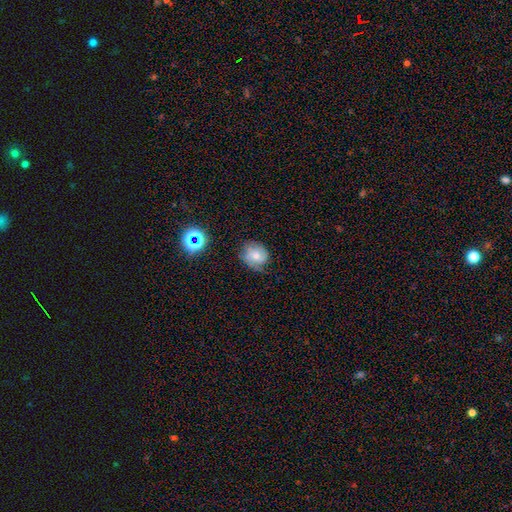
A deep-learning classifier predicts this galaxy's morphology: type=smooth (46%); merging=none (62%).